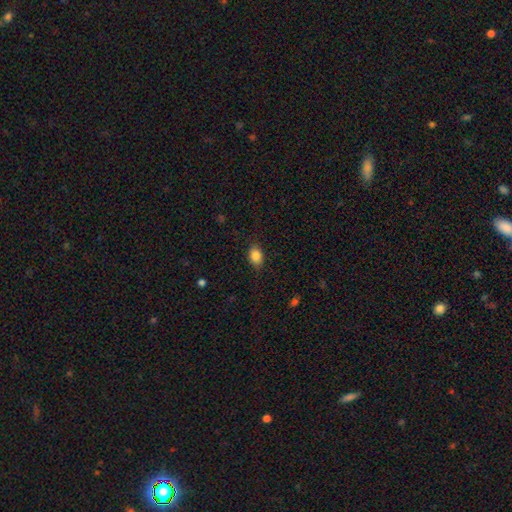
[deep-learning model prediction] smooth-or-featured: smooth: 86% | star or artifact: 8% | featured or disk: 6%
  how-rounded: in between: 78% | round: 21% | cigar-shaped: 1%
  merging: none: 84% | minor disturbance: 12% | major disturbance: 3% | merger: 1%